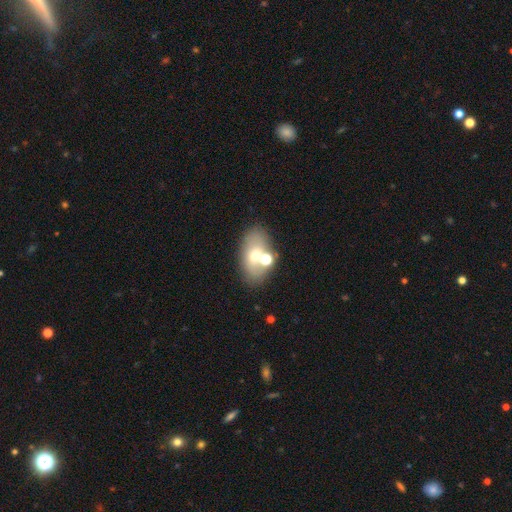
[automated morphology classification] Smooth or featured? smooth (58%)
How rounded? in between (81%)
Merging? none (64%)